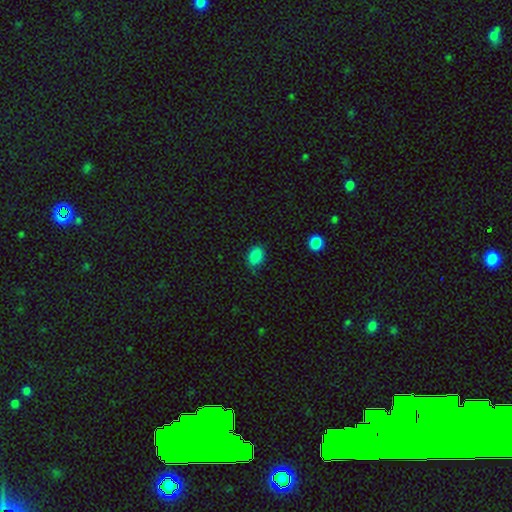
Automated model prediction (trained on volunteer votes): Smooth or featured?
  - smooth: 86% *
  - star or artifact: 10%
  - featured or disk: 4%
How rounded?
  - in between: 65% *
  - round: 33%
  - cigar-shaped: 1%
Merging?
  - none: 69% *
  - minor disturbance: 24%
  - major disturbance: 5%
  - merger: 2%